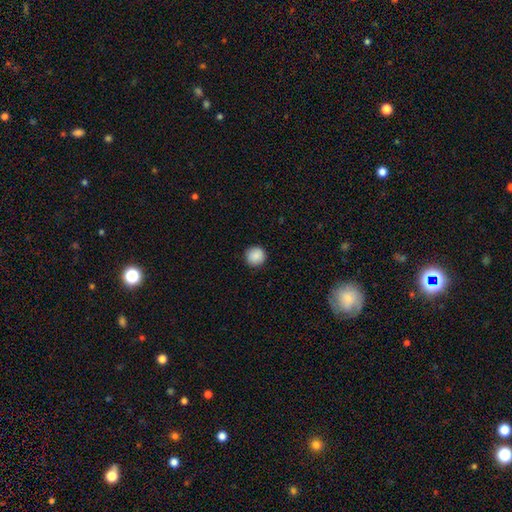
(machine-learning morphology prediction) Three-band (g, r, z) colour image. It shows a smooth galaxy with no disk features (89%) that is round (95%). Merging: none (92%).